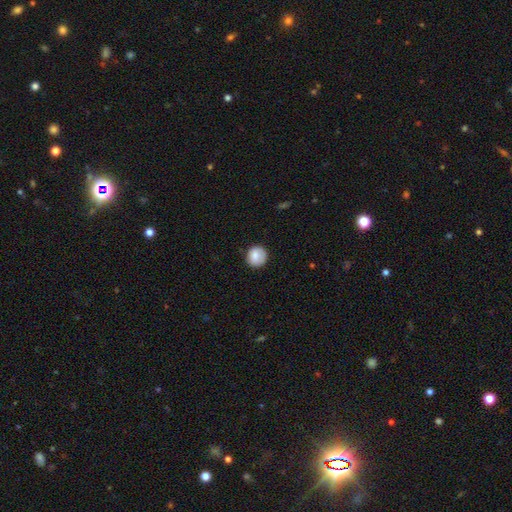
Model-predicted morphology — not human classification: Smooth or featured? Predicted: smooth (p=0.82). How rounded? Predicted: round (p=0.88). Merging? Predicted: none (p=0.82).